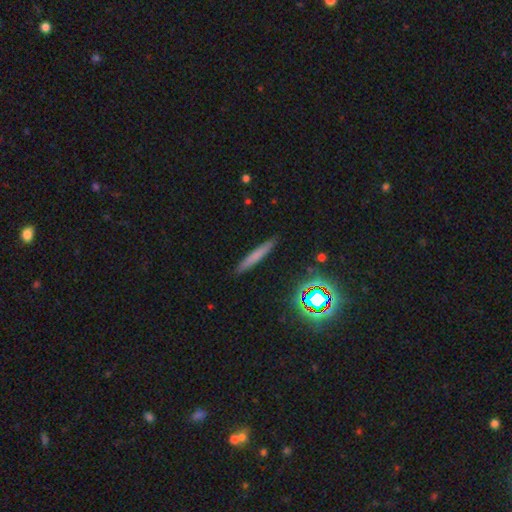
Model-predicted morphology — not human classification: A smooth galaxy with no disk features (62%) that is cigar-shaped (94%).

Vote fractions:
- Smooth or featured? smooth: 62% / featured or disk: 25% / star or artifact: 13%
- How rounded? cigar-shaped: 94% / in between: 4% / round: 2%
- Merging? none: 90% / minor disturbance: 7% / major disturbance: 2% / merger: 1%